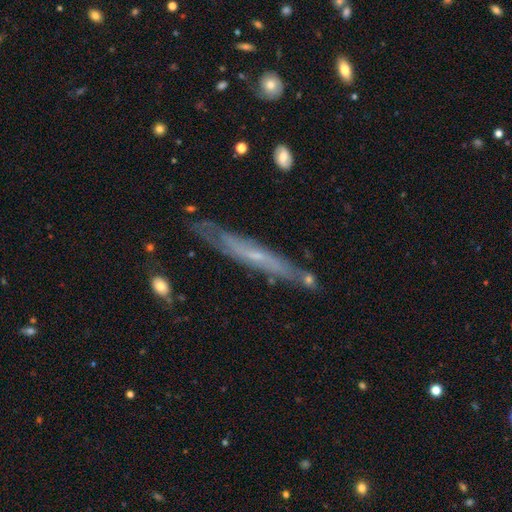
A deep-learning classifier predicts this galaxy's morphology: Smooth or featured: featured or disk — 66% (smooth — 27%)
Edge-on disk: yes — 79% (no — 21%)
Edge-on bulge: none — 59% (rounded — 37%)
Merging: none — 76% (minor disturbance — 17%)